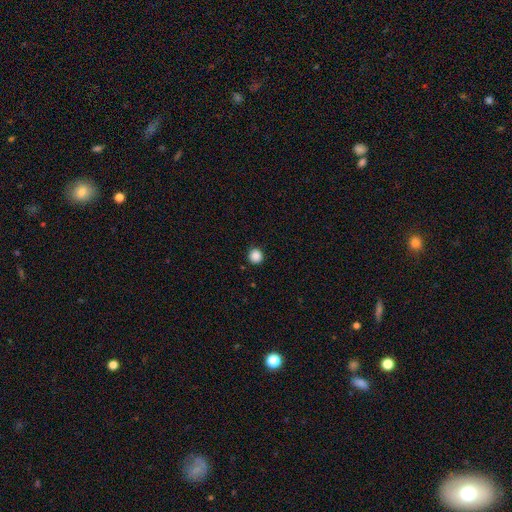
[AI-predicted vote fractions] smooth 88%, star or artifact 10%, featured or disk 2%. Down the decision tree: how rounded — round (93%); merging — none (91%).